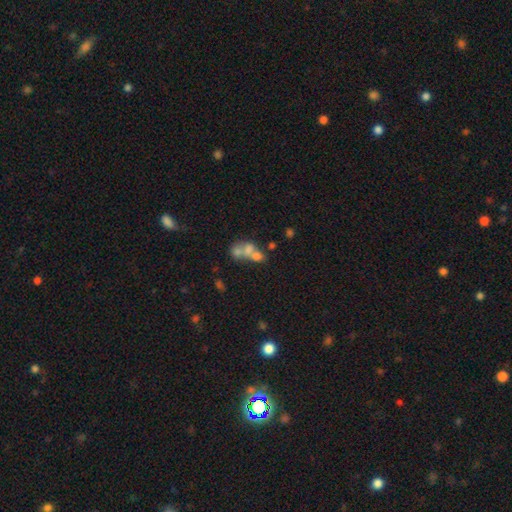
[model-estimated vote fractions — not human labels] smooth_or_featured: smooth (p=0.55) [alt: featured or disk p=0.31]
how_rounded: in between (p=0.58) [alt: round p=0.39]
merging: merger (p=0.64) [alt: none p=0.20]